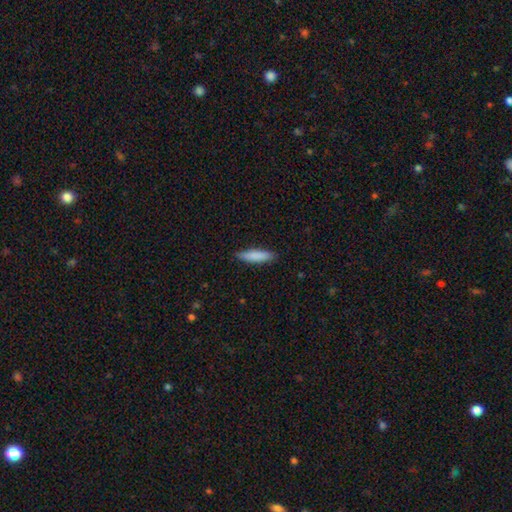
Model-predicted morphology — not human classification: Overall: smooth (83%). How rounded: cigar-shaped (78%). Merging: none (86%).